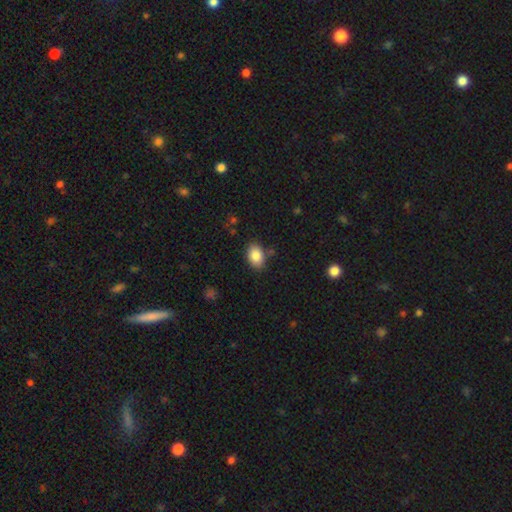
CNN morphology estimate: This is clearly a smooth galaxy (86%). How rounded: clearly in between (84%). Merging: clearly none (83%).